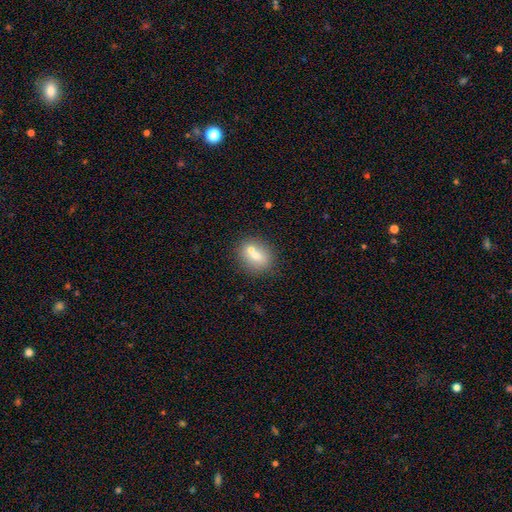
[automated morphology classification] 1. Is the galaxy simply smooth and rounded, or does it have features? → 66% smooth, 24% featured or disk, 11% star or artifact.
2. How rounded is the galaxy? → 58% round, 40% in between, 2% cigar-shaped.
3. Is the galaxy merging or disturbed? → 52% none, 35% merger, 9% minor disturbance, 3% major disturbance.